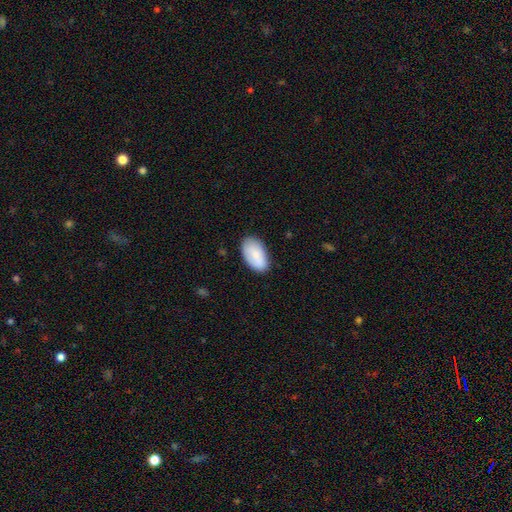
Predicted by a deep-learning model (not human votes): A smooth galaxy with no disk features (80%) that is in between round and cigar-shaped (94%).

Vote fractions:
- Smooth or featured? smooth: 80% / featured or disk: 13% / star or artifact: 6%
- How rounded? in between: 94% / round: 4% / cigar-shaped: 1%
- Merging? none: 80% / minor disturbance: 16% / major disturbance: 3% / merger: 1%